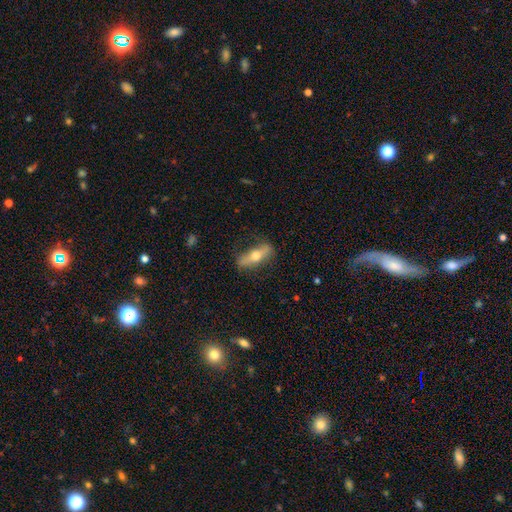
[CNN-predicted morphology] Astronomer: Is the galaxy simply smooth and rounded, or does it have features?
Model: featured or disk — 49% (runner-up: smooth, 44%).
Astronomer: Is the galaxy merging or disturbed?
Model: none — 79%.